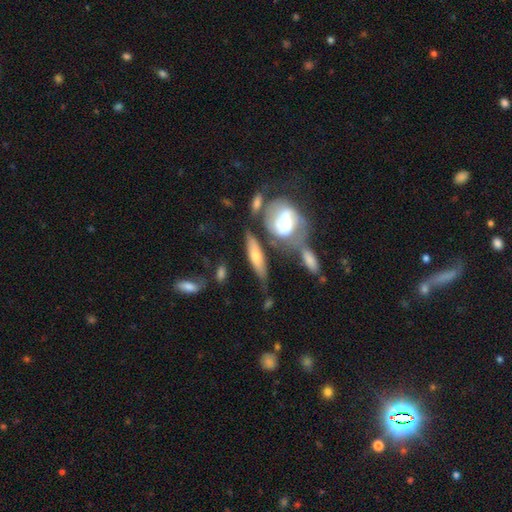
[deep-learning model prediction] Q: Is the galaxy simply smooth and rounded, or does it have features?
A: smooth — 50%.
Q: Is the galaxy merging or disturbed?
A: none — 49%.